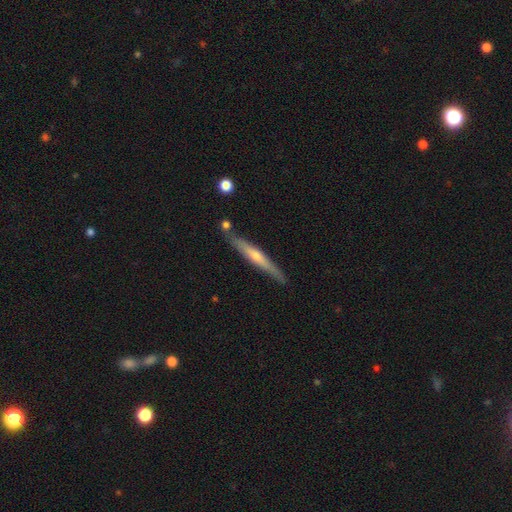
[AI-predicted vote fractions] This is possibly a featured or disk galaxy (58%). It is clearly viewed edge-on (95%). Edge-on bulge: likely rounded (65%). Merging: clearly none (83%).